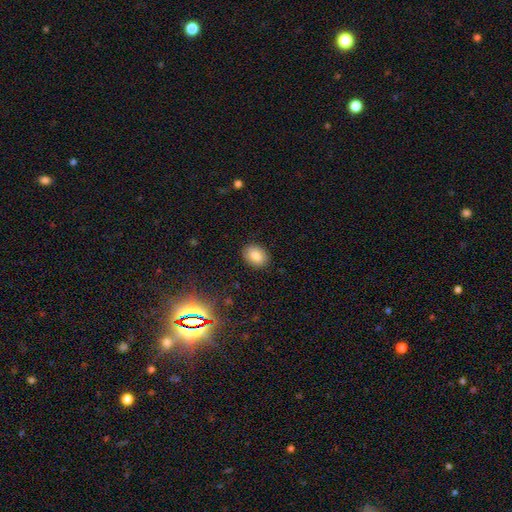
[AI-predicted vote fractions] Smooth or featured: smooth — 82% (star or artifact — 10%)
How rounded: in between — 72% (round — 27%)
Merging: none — 88% (minor disturbance — 9%)